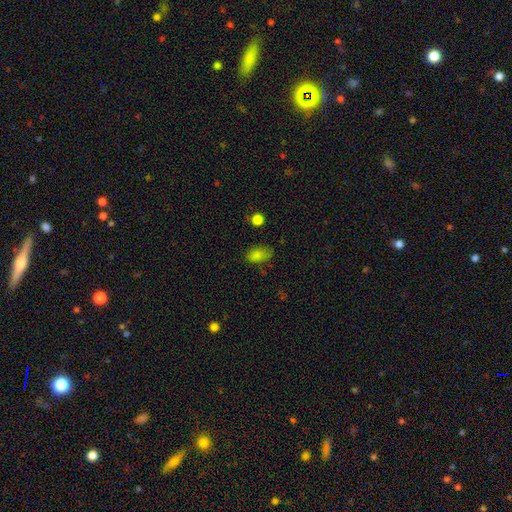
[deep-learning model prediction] This appears to be a smooth galaxy with no disk features (81%) that is in between round and cigar-shaped (88%). Merging: none (63%).